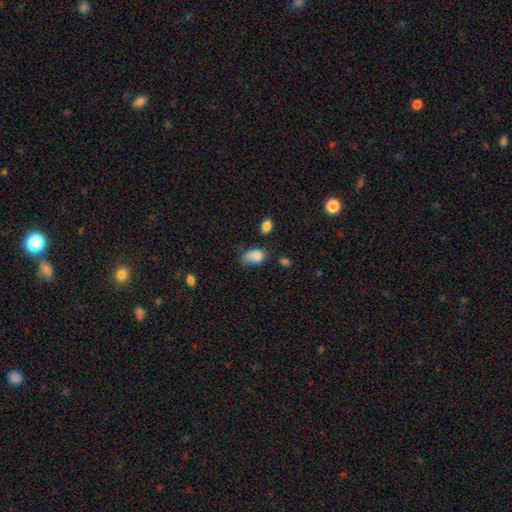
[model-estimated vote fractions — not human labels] smooth 81%, star or artifact 10%, featured or disk 9%. Down the decision tree: how rounded — in between (83%); merging — minor disturbance (38%).